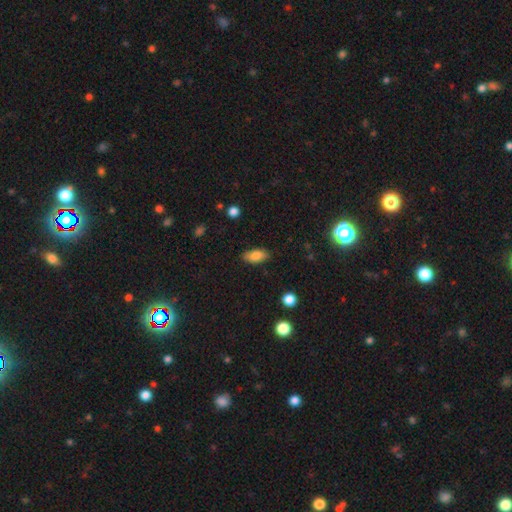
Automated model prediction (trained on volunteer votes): The model was most divided on "merging": none: 85%, minor disturbance: 11%, major disturbance: 3%, merger: 1%. More confident: how rounded — in between (88%); smooth or featured — smooth (84%).